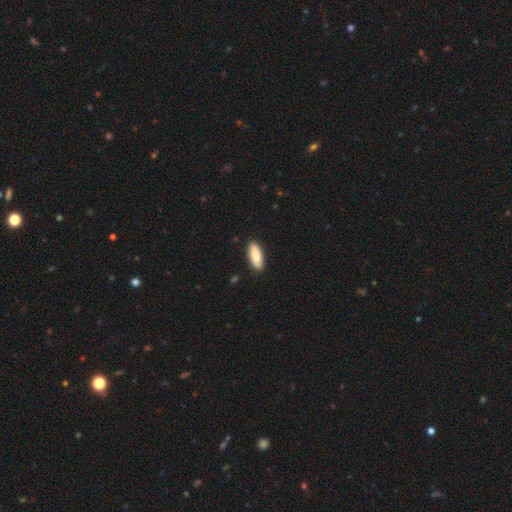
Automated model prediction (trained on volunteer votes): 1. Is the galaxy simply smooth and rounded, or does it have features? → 86% smooth, 8% featured or disk, 5% star or artifact.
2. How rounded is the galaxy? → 72% in between, 26% cigar-shaped, 2% round.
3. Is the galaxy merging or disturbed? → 88% none, 9% minor disturbance, 2% major disturbance, 1% merger.